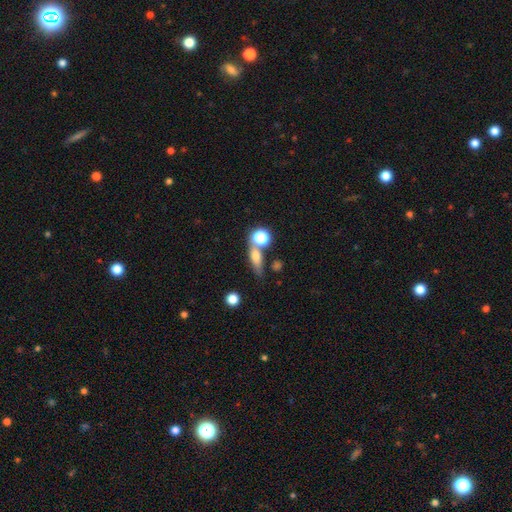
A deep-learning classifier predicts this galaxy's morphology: smooth 62%, featured or disk 24%, star or artifact 14%. Down the decision tree: how rounded — in between (42%); merging — none (55%).